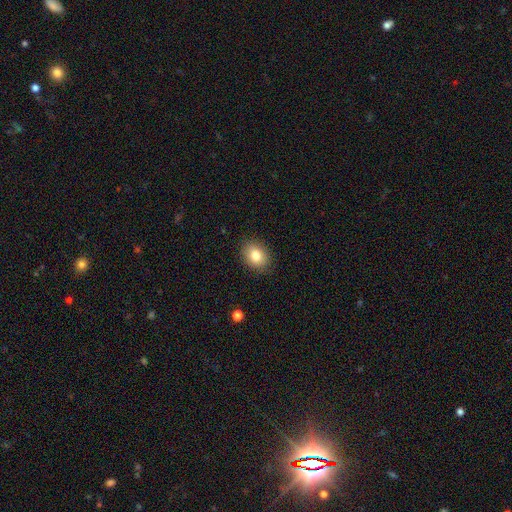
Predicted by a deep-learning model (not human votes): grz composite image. It shows a smooth galaxy with no disk features (82%) that is in between round and cigar-shaped (58%). Merging: none (89%).